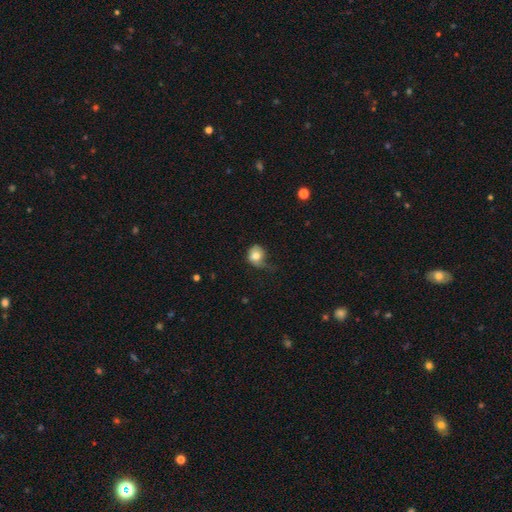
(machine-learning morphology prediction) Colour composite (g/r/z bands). It shows a smooth galaxy with no disk features (77%) that is round (68%). Merging: minor disturbance (37%, tied with none).